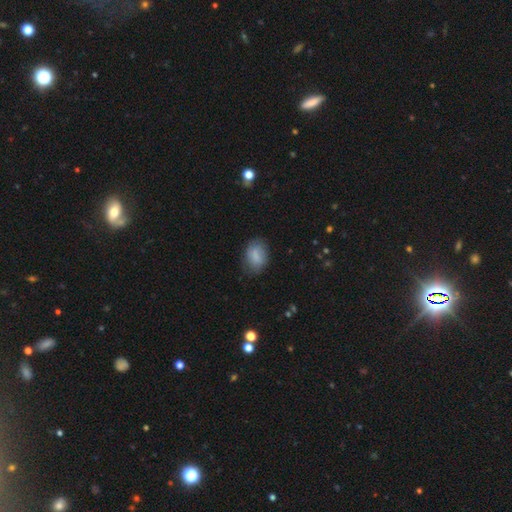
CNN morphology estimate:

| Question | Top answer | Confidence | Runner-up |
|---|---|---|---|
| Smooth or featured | smooth | 79% | featured or disk (14%) |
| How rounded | in between | 79% | round (20%) |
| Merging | none | 71% | minor disturbance (22%) |